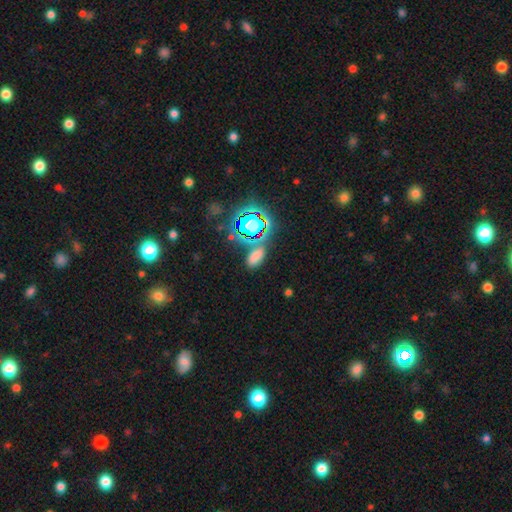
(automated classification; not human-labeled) The model was most divided on "smooth or featured": smooth: 61%, star or artifact: 31%, featured or disk: 8%. More confident: how rounded — in between (88%); merging — none (70%).